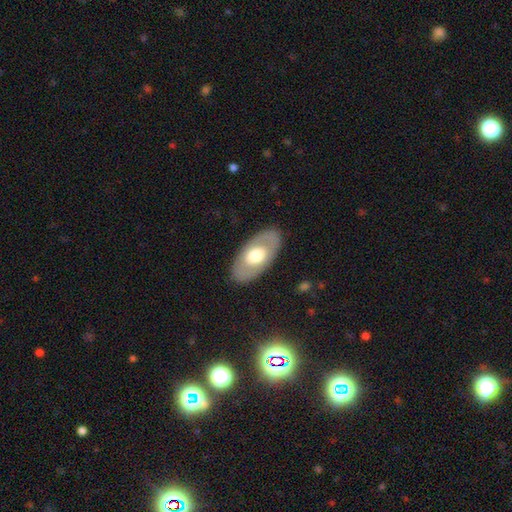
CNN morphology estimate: Smooth or featured? smooth (49%)
Merging? none (85%)